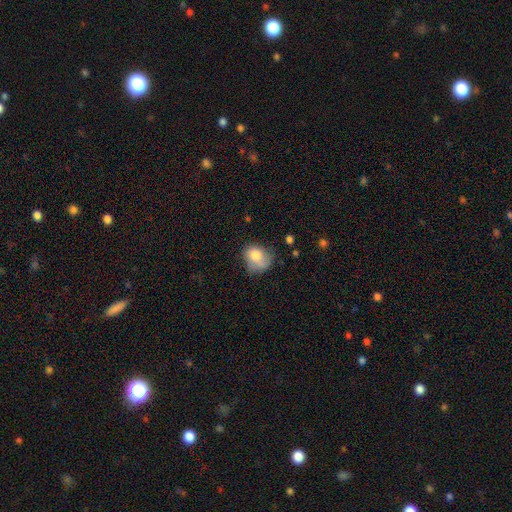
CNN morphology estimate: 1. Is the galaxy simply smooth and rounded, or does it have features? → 77% smooth, 14% featured or disk, 9% star or artifact.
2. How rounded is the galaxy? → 58% round, 41% in between, 1% cigar-shaped.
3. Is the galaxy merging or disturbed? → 40% none, 33% minor disturbance, 17% major disturbance, 10% merger.